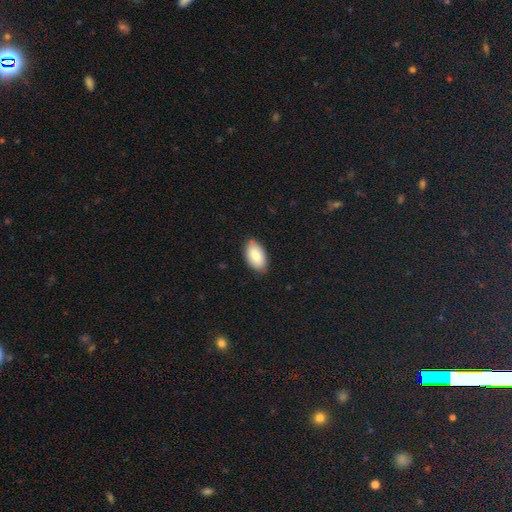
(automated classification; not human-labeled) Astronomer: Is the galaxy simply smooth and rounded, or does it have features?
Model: smooth — 85%.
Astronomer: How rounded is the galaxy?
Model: in between — 95%.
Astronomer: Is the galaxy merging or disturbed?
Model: none — 85%.